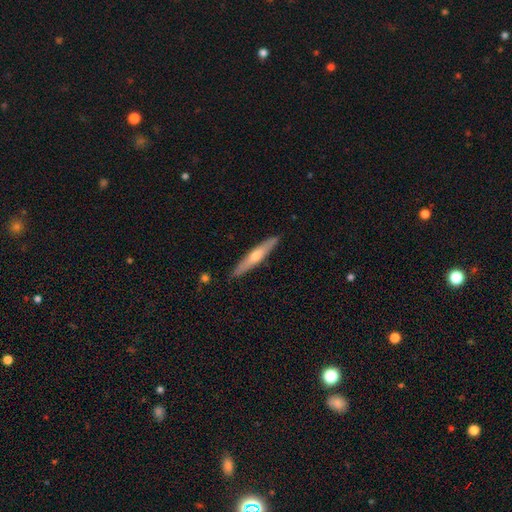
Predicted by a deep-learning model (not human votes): Smooth or featured? Predicted: featured or disk (p=0.48). Merging? Predicted: none (p=0.89).